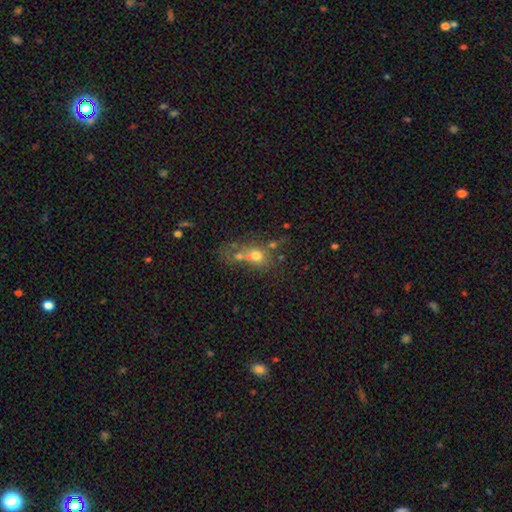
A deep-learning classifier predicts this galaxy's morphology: A smooth galaxy with no disk features (56%) that is round (55%). Merging: merger (47%).